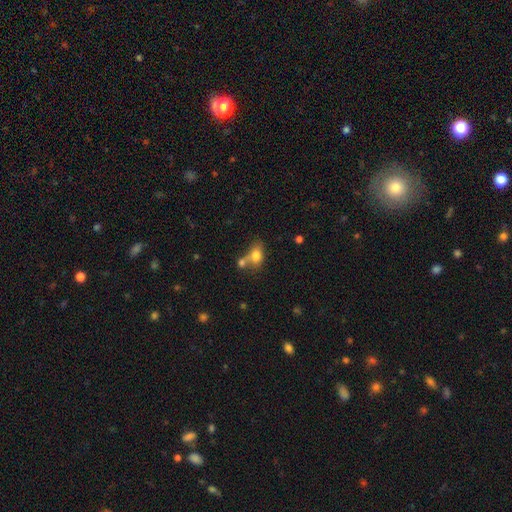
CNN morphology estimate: This appears to be a smooth galaxy with no disk features (76%) that is in between round and cigar-shaped (73%). Merging: merger (47%).